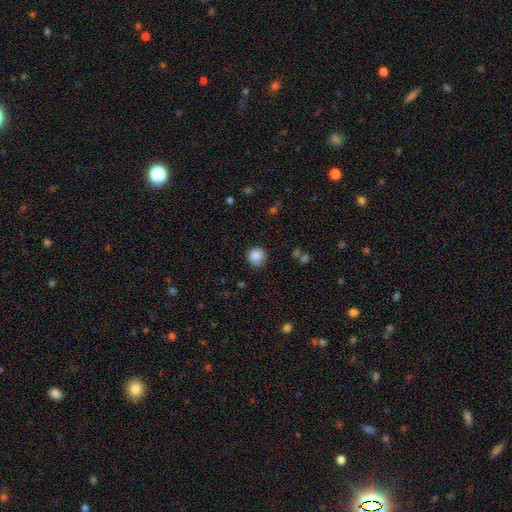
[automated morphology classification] smooth_or_featured: smooth (p=0.87) [alt: star or artifact p=0.09]
how_rounded: round (p=0.88) [alt: in between p=0.12]
merging: none (p=0.84) [alt: minor disturbance p=0.11]